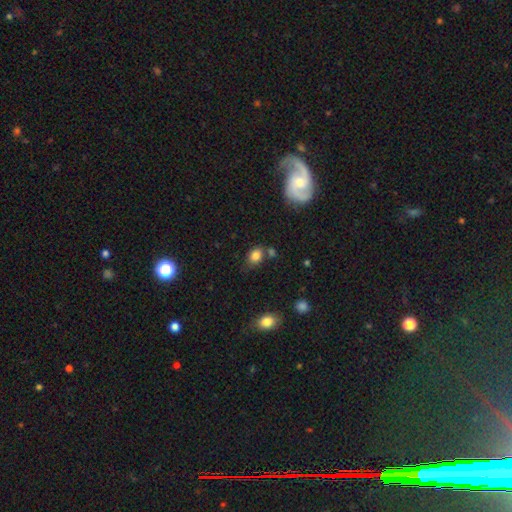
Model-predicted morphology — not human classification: Smooth or featured: smooth — 81% (star or artifact — 11%)
How rounded: in between — 59% (round — 39%)
Merging: none — 62% (minor disturbance — 20%)